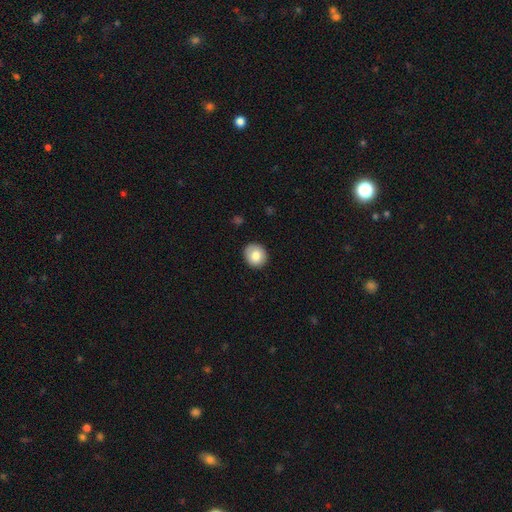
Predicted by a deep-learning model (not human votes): A smooth galaxy with no disk features (82%) that is round (85%).

Vote fractions:
- Smooth or featured? smooth: 82% / featured or disk: 10% / star or artifact: 8%
- How rounded? round: 85% / in between: 14% / cigar-shaped: 1%
- Merging? none: 88% / minor disturbance: 9% / major disturbance: 2% / merger: 1%